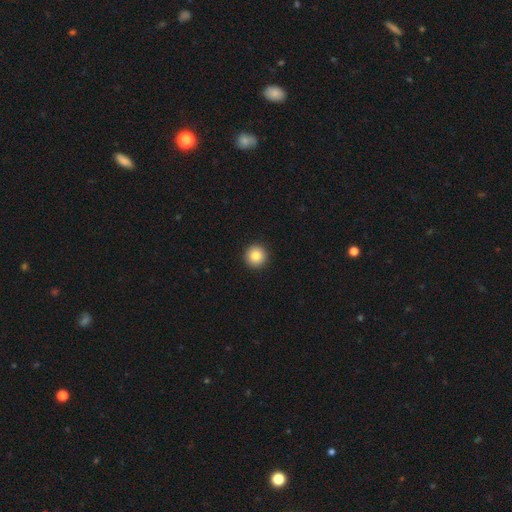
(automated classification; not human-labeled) Smooth or featured?
  - smooth: 85% *
  - star or artifact: 9%
  - featured or disk: 6%
How rounded?
  - round: 96% *
  - in between: 3%
  - cigar-shaped: 1%
Merging?
  - none: 94% *
  - minor disturbance: 4%
  - major disturbance: 1%
  - merger: 1%